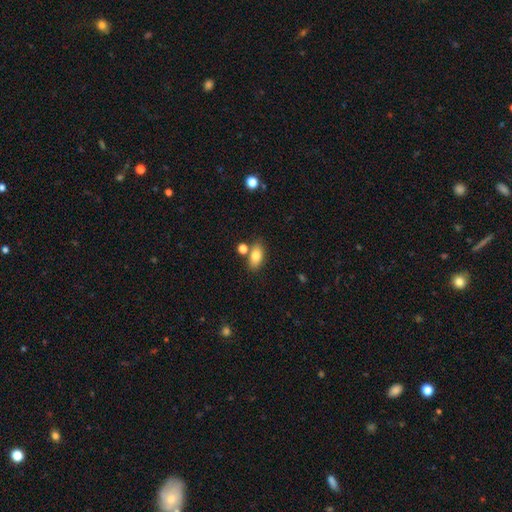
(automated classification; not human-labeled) A smooth galaxy with no disk features (80%) that is in between round and cigar-shaped (87%).

Vote fractions:
- Smooth or featured? smooth: 80% / featured or disk: 12% / star or artifact: 8%
- How rounded? in between: 87% / round: 7% / cigar-shaped: 6%
- Merging? none: 72% / merger: 13% / minor disturbance: 12% / major disturbance: 3%